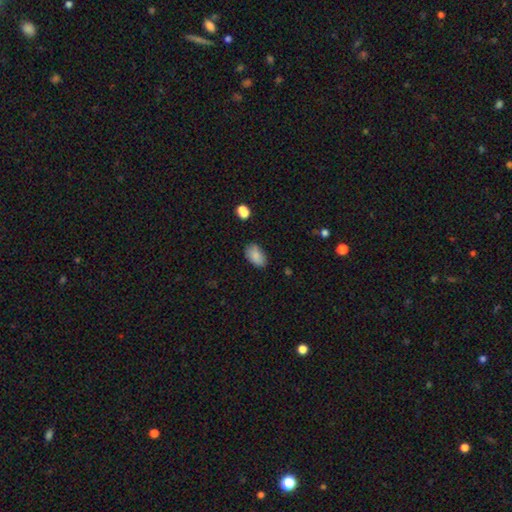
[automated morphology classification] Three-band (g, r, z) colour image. It shows a smooth galaxy with no disk features (87%) that is in between round and cigar-shaped (92%). Merging: none (80%).